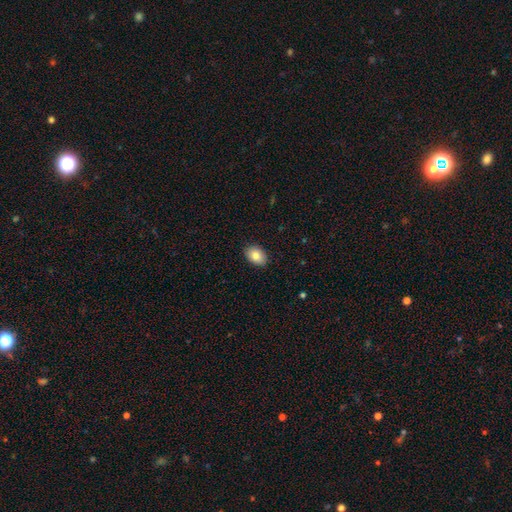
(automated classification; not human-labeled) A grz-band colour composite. It shows a smooth galaxy with no disk features (86%) that is in between round and cigar-shaped (84%). Merging: none (88%).